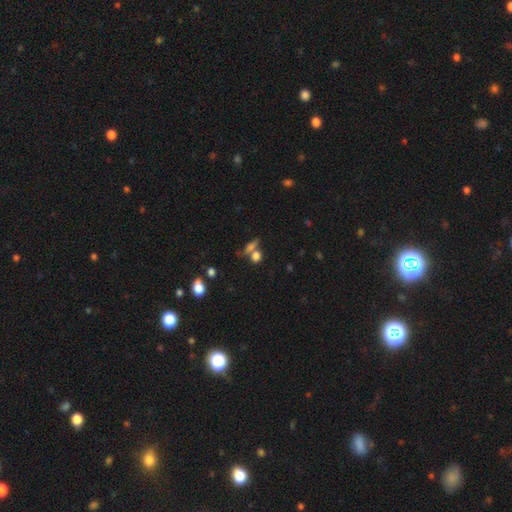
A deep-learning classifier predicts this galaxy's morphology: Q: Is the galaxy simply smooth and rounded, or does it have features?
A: smooth — 73%.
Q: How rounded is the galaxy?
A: round — 51%.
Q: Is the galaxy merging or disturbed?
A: none — 51%.